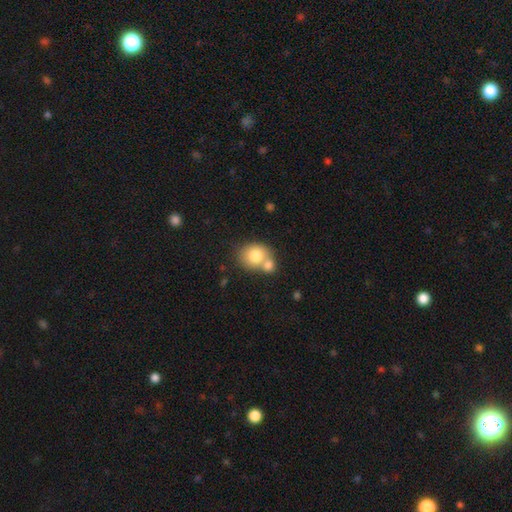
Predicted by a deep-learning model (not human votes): Q: Smooth or featured?
A: smooth (76%); runner-up: featured or disk (15%)
Q: How rounded?
A: round (66%); runner-up: in between (33%)
Q: Merging?
A: merger (47%); runner-up: none (40%)